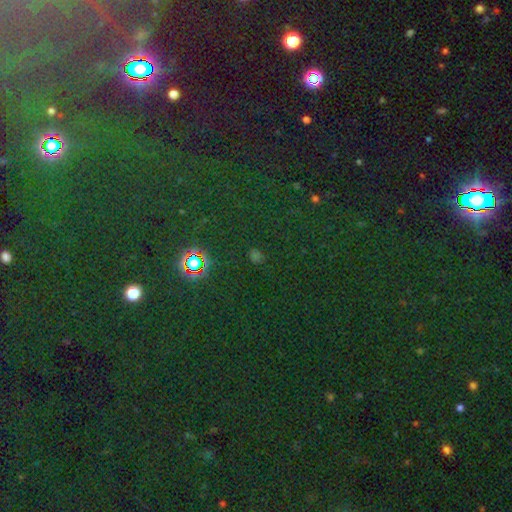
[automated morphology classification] Smooth or featured?
  - star or artifact: 67% *
  - smooth: 26%
  - featured or disk: 7%